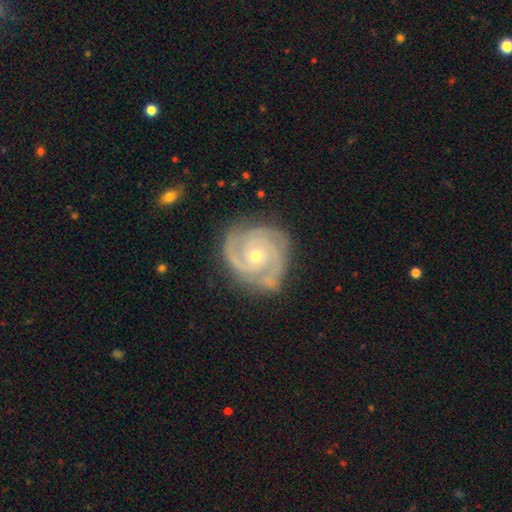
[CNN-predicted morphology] featured or disk 91%, smooth 5%, star or artifact 4%. Down the decision tree: edge-on disk — no (98%); bar — no (72%); spiral arms — yes (98%); spiral arm count — 3 (49%); spiral winding — tight (66%); bulge size — small (58%); merging — none (76%).